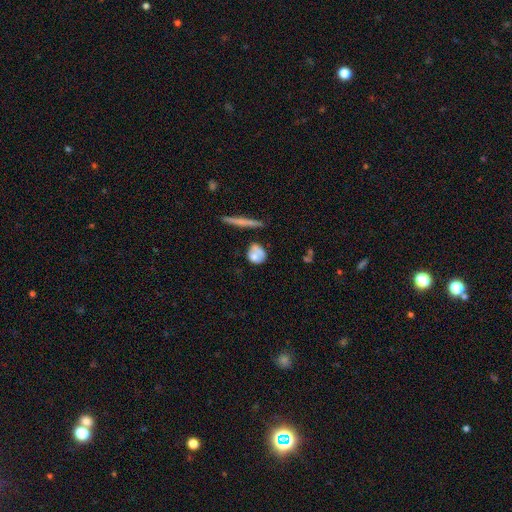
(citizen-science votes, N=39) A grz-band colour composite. It shows a featured or disk galaxy (46%) with no bar (91%), no spiral arms (91%) and a moderate central bulge (45%). Merging: none (37%, tied with minor disturbance).